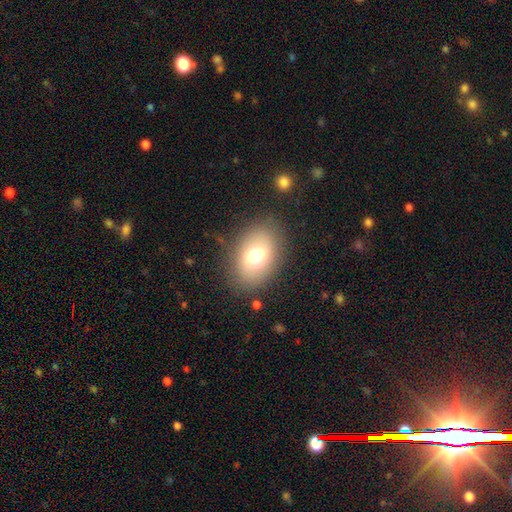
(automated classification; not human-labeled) Morphology: type=smooth (69%); roundness=in between (77%); merging=none (81%).